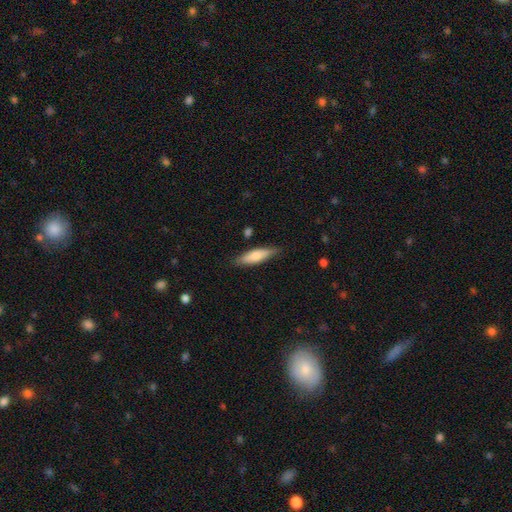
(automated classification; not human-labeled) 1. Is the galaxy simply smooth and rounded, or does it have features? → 73% smooth, 21% featured or disk, 6% star or artifact.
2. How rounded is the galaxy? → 60% cigar-shaped, 39% in between, 2% round.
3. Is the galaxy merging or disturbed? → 81% none, 15% minor disturbance, 3% major disturbance, 2% merger.